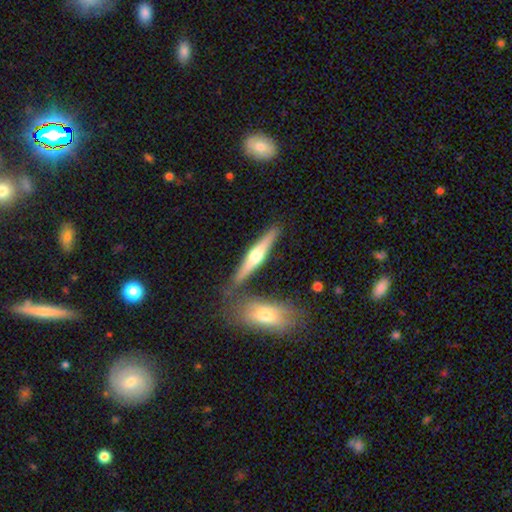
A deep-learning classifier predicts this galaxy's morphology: smooth-or-featured: featured or disk: 63% | smooth: 32% | star or artifact: 5%
  disk-edge-on: yes: 96% | no: 4%
    edge-on-bulge: rounded: 91% | boxy: 5% | none: 4%
  merging: none: 79% | minor disturbance: 10% | merger: 8% | major disturbance: 3%